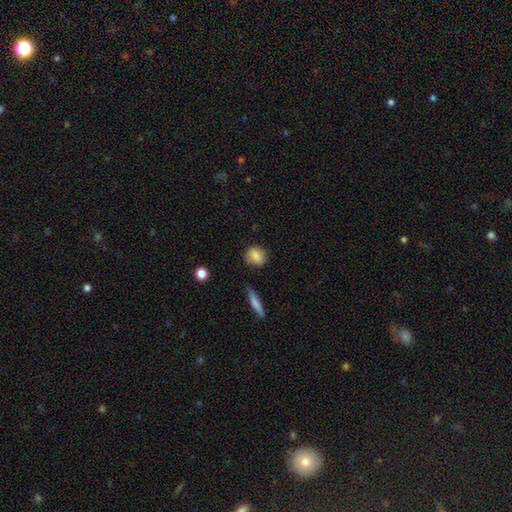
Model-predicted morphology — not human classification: Overall: smooth (85%). How rounded: round (60%; in between 37%). Merging: none (79%).